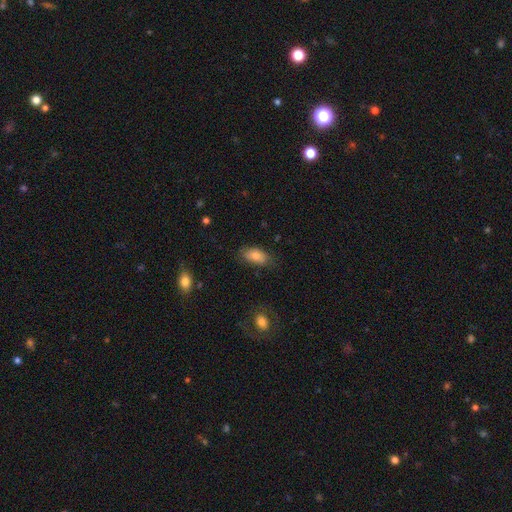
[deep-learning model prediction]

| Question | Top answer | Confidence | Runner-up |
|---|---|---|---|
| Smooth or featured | smooth | 78% | featured or disk (14%) |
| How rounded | in between | 91% | cigar-shaped (5%) |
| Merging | none | 71% | minor disturbance (22%) |